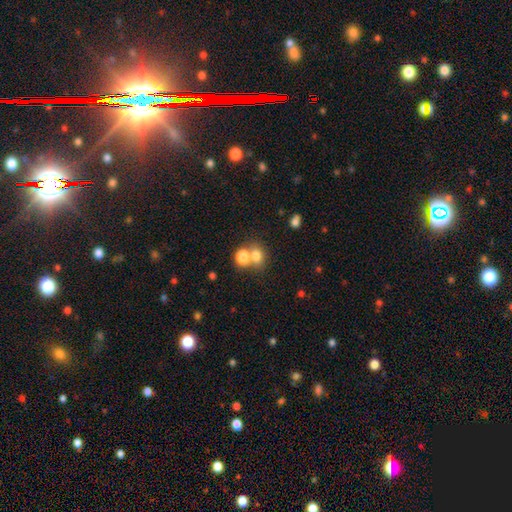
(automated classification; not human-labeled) smooth_or_featured: smooth (p=0.75) [alt: star or artifact p=0.13]
how_rounded: round (p=0.55) [alt: in between p=0.44]
merging: merger (p=0.48) [alt: none p=0.40]